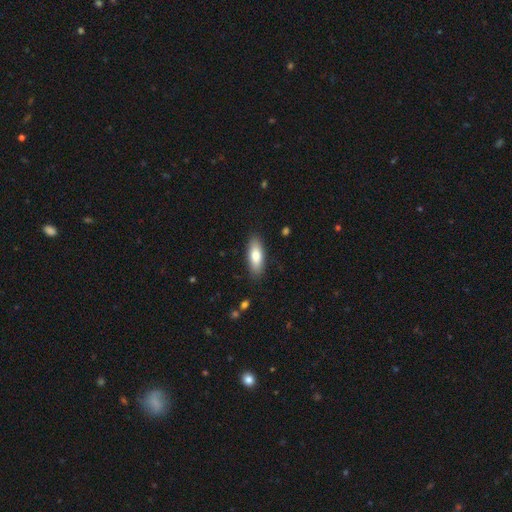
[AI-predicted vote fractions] Overall: smooth (78%). How rounded: in between (72%). Merging: none (87%).